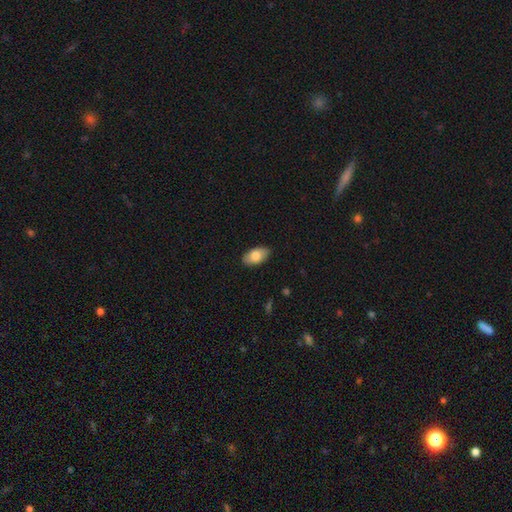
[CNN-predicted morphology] Smooth or featured?
  - smooth: 79% *
  - featured or disk: 15%
  - star or artifact: 6%
How rounded?
  - in between: 94% *
  - round: 4%
  - cigar-shaped: 2%
Merging?
  - none: 88% *
  - minor disturbance: 9%
  - major disturbance: 2%
  - merger: 1%